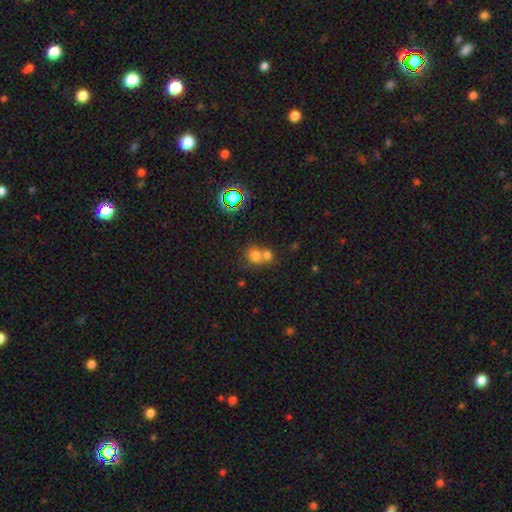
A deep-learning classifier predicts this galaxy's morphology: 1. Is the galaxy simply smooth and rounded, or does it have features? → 71% smooth, 17% star or artifact, 12% featured or disk.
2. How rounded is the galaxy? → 78% round, 21% in between, 1% cigar-shaped.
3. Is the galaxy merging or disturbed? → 55% merger, 36% none, 6% minor disturbance, 3% major disturbance.